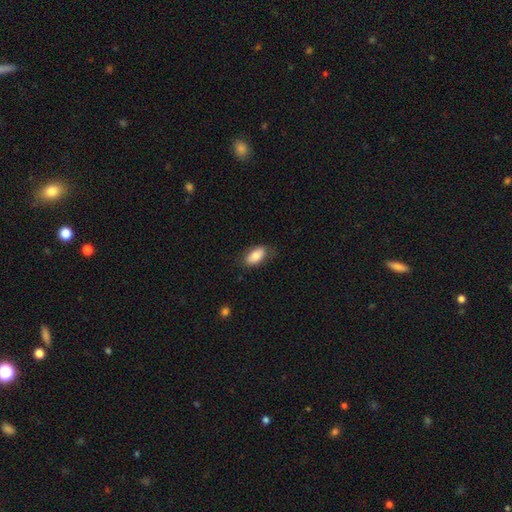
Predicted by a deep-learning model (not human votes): Overall: smooth (81%). How rounded: in between (91%). Merging: none (78%).